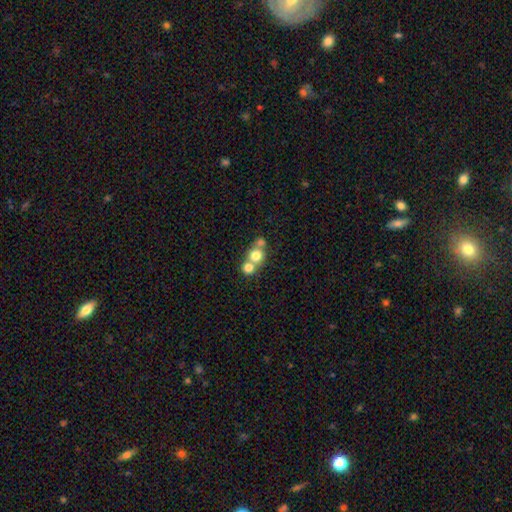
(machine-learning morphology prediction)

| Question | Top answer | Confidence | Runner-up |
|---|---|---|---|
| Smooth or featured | smooth | 71% | featured or disk (17%) |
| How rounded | round | 83% | in between (16%) |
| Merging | merger | 56% | none (36%) |